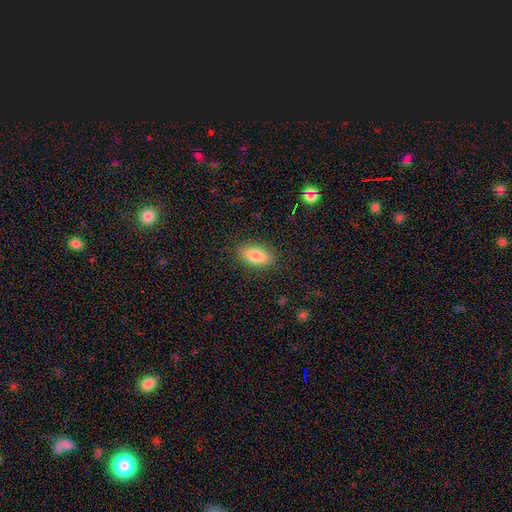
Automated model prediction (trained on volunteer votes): smooth_or_featured: smooth (p=0.84) [alt: featured or disk p=0.09]
how_rounded: in between (p=0.90) [alt: cigar-shaped p=0.06]
merging: none (p=0.86) [alt: minor disturbance p=0.10]